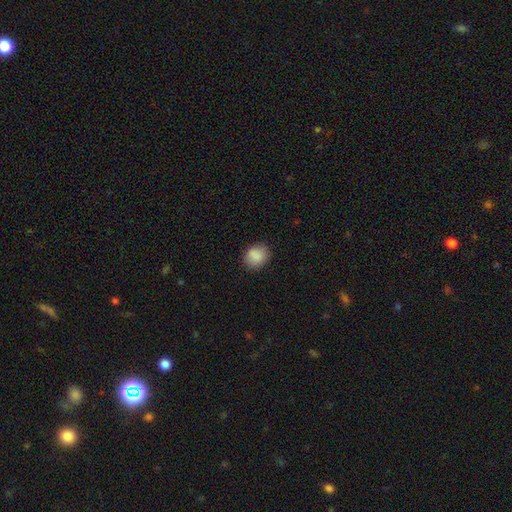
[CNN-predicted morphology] smooth-or-featured: smooth: 87% | star or artifact: 8% | featured or disk: 4%
  how-rounded: round: 64% | in between: 35% | cigar-shaped: 1%
  merging: none: 82% | minor disturbance: 14% | major disturbance: 3% | merger: 1%